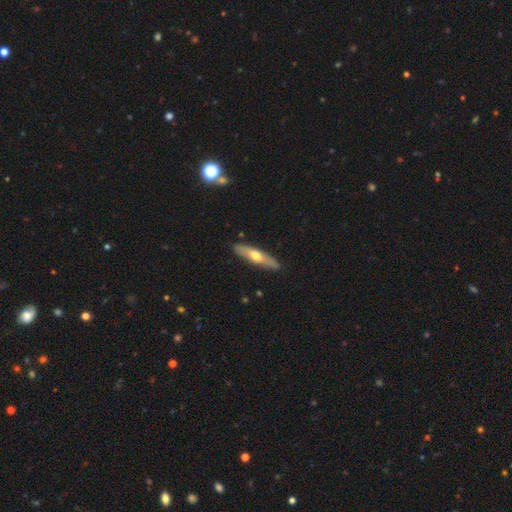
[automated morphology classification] Smooth or featured?
  - smooth: 49% *
  - featured or disk: 46%
  - star or artifact: 5%
Merging?
  - none: 87% *
  - minor disturbance: 10%
  - major disturbance: 2%
  - merger: 1%